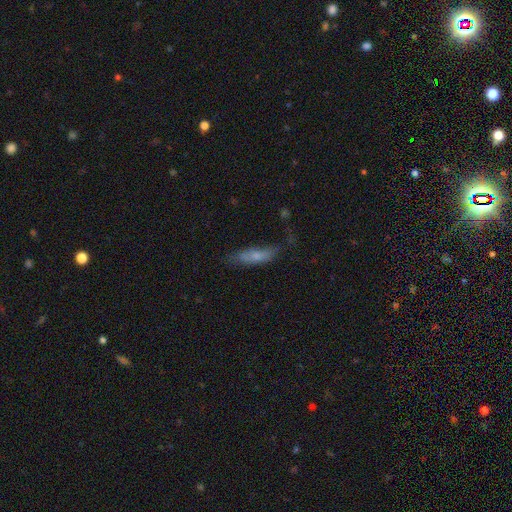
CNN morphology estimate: The model was most divided on "how rounded": cigar-shaped: 59%, in between: 39%, round: 2%. More confident: smooth or featured — smooth (63%); merging — none (51%).